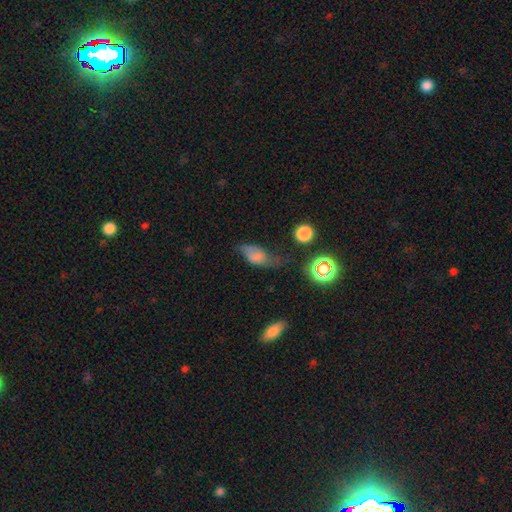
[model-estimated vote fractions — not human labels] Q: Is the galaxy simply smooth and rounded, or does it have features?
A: smooth — 65%.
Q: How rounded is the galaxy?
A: in between — 84%.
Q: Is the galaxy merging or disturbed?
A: none — 37%.